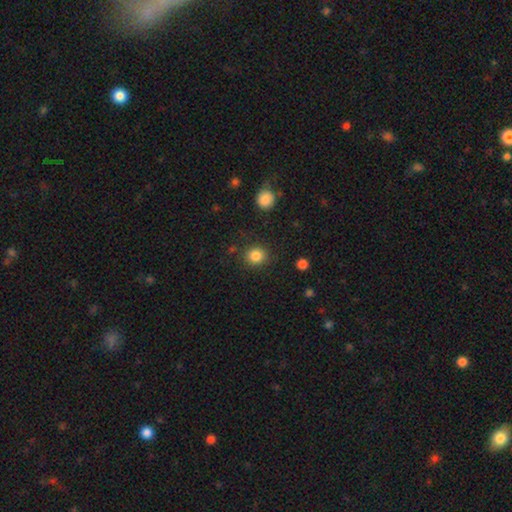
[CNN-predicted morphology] The model was most divided on "how rounded": round: 84%, in between: 15%, cigar-shaped: 1%. More confident: merging — none (87%); smooth or featured — smooth (85%).